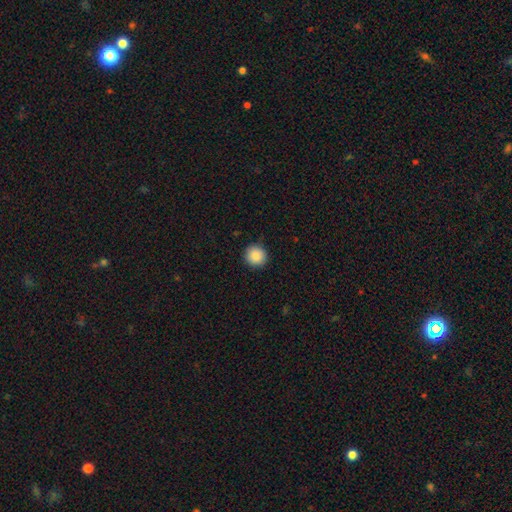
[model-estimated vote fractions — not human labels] smooth-or-featured: smooth: 88% | star or artifact: 8% | featured or disk: 3%
  how-rounded: round: 94% | in between: 5% | cigar-shaped: 1%
  merging: none: 91% | minor disturbance: 7% | major disturbance: 2% | merger: 1%